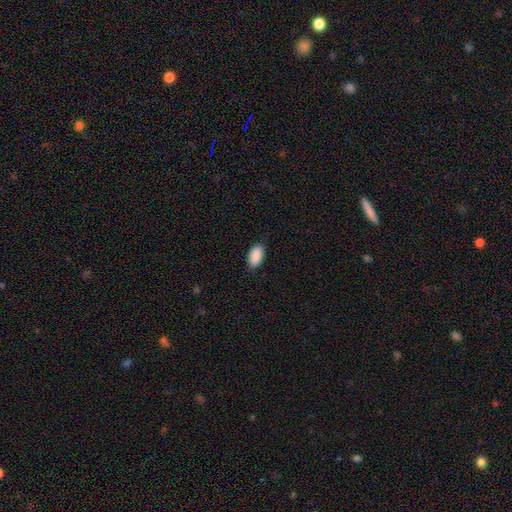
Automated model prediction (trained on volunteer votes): Smooth or featured? Predicted: smooth (p=0.89). How rounded? Predicted: in between (p=0.94). Merging? Predicted: none (p=0.85).